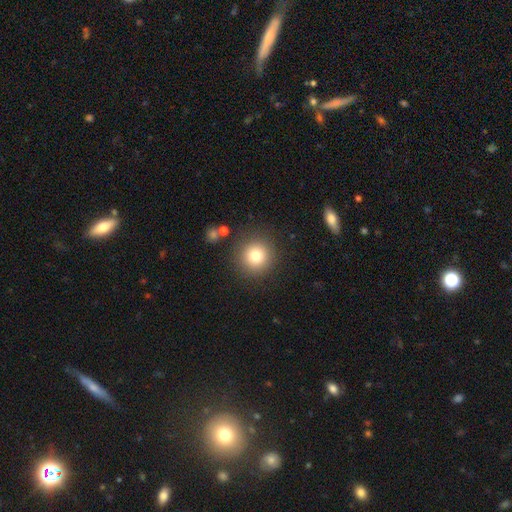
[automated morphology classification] smooth 78%, star or artifact 12%, featured or disk 10%. Down the decision tree: how rounded — round (94%); merging — none (87%).